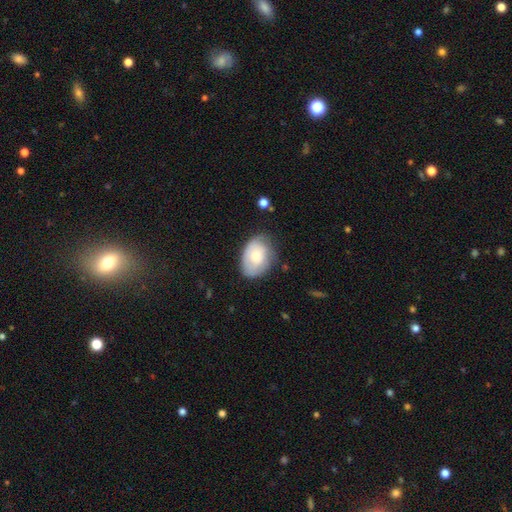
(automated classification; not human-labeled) A smooth galaxy with no disk features (58%) that is in between round and cigar-shaped (81%).

Vote fractions:
- Smooth or featured? smooth: 58% / featured or disk: 35% / star or artifact: 6%
- How rounded? in between: 81% / round: 18% / cigar-shaped: 1%
- Merging? none: 63% / minor disturbance: 27% / major disturbance: 8% / merger: 2%